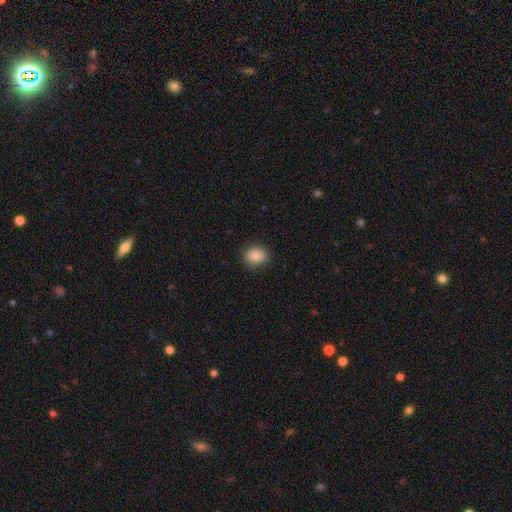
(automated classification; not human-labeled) The model was most divided on "how rounded": round: 66%, in between: 33%, cigar-shaped: 1%. More confident: merging — none (87%); smooth or featured — smooth (83%).